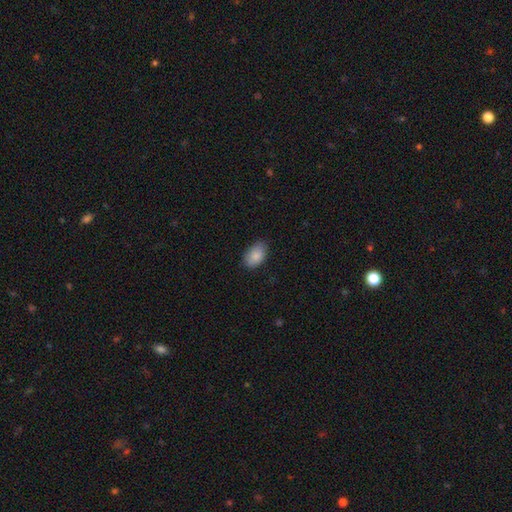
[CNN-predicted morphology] type=smooth (87%); roundness=in between (92%); merging=none (81%).